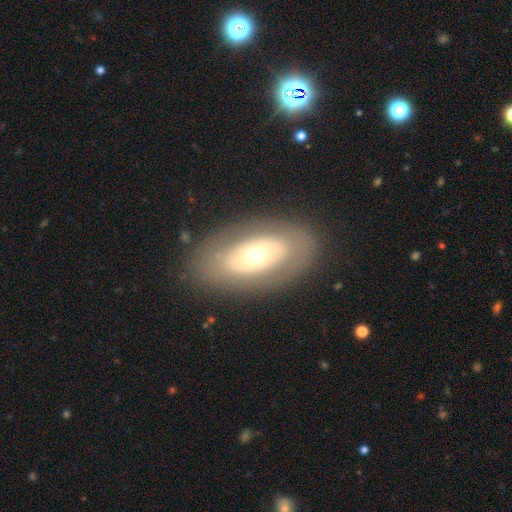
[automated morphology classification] Smooth or featured: featured or disk — 52% (smooth — 41%)
Edge-on disk: no — 88% (yes — 12%)
Merging: none — 83% (minor disturbance — 10%)